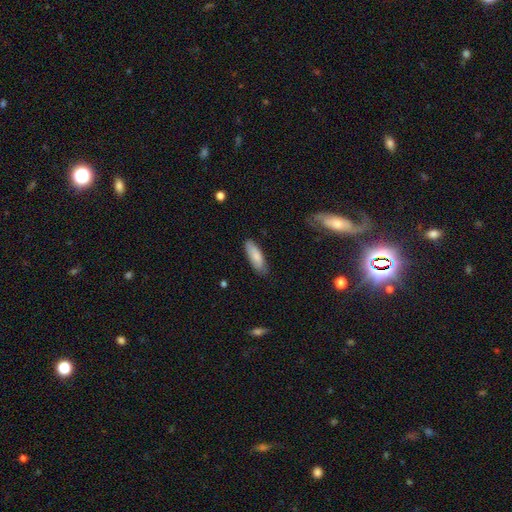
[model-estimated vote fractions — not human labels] smooth_or_featured: smooth (p=0.82) [alt: featured or disk p=0.12]
how_rounded: in between (p=0.59) [alt: cigar-shaped p=0.40]
merging: none (p=0.81) [alt: minor disturbance p=0.15]